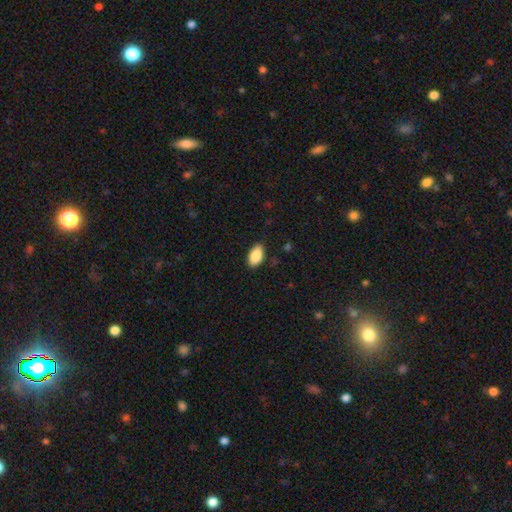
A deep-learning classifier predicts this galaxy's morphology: Q: Smooth or featured?
A: smooth (88%); runner-up: star or artifact (7%)
Q: How rounded?
A: in between (93%); runner-up: round (4%)
Q: Merging?
A: none (84%); runner-up: minor disturbance (13%)